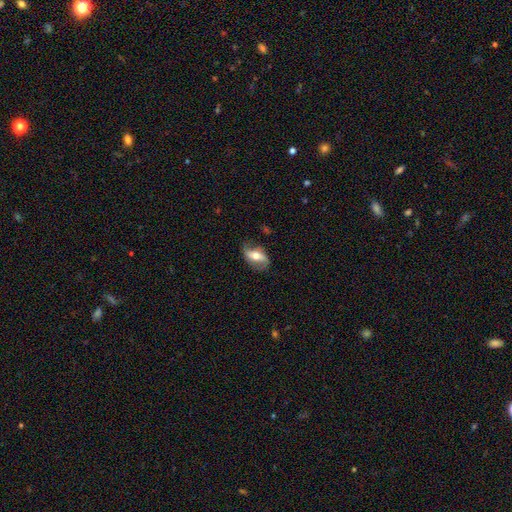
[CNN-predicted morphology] Smooth or featured: featured or disk — 66% (smooth — 27%)
Edge-on disk: no — 90% (yes — 10%)
Bar: strong — 38% (no — 32%)
Spiral arms: yes — 82% (no — 18%)
Bulge size: moderate — 69% (small — 19%)
Merging: none — 71% (minor disturbance — 19%)